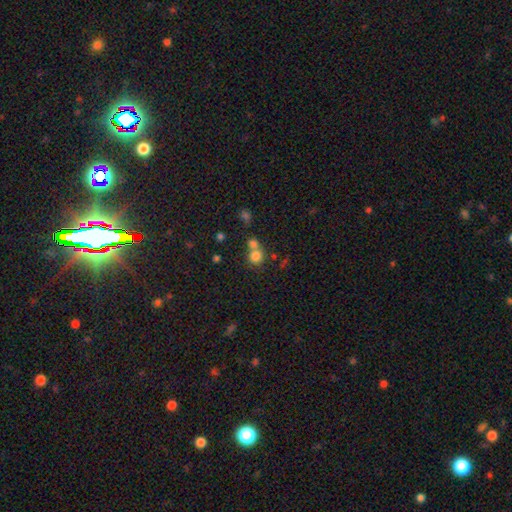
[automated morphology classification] The model was most divided on "merging" (2-way tie): merger: 45%, none: 45%, minor disturbance: 7%, major disturbance: 3%. More confident: how rounded — round (85%); smooth or featured — smooth (79%).